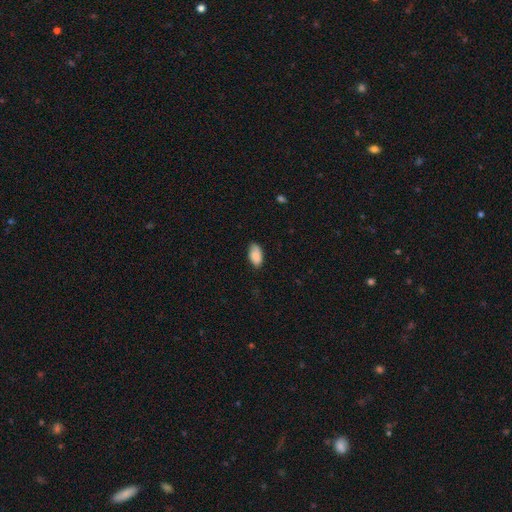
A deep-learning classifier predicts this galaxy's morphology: This appears to be a smooth galaxy with no disk features (87%) that is in between round and cigar-shaped (94%). Merging: none (75%).